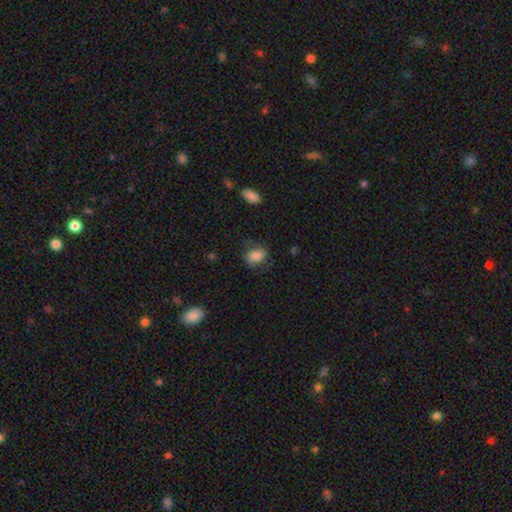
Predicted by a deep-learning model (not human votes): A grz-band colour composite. It shows a smooth galaxy with no disk features (78%) that is in between round and cigar-shaped (72%). Merging: none (66%).